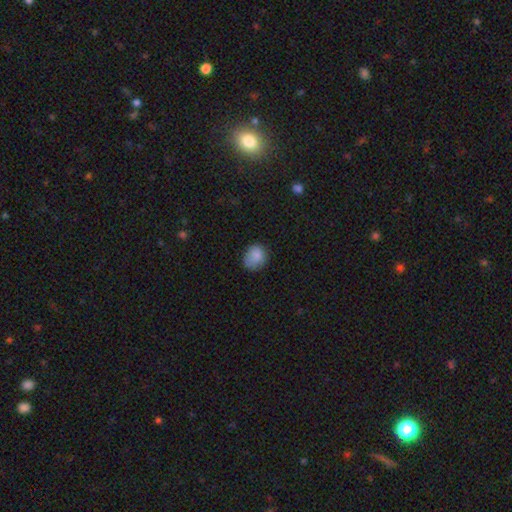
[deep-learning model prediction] A smooth galaxy with no disk features (85%) that is round (62%). Merging: none (65%).